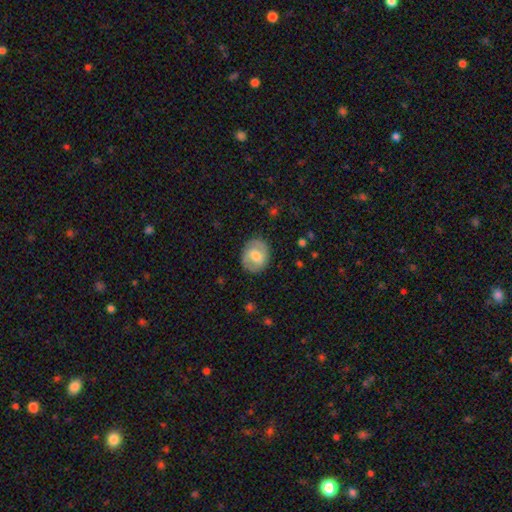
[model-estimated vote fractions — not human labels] Q: Smooth or featured?
A: featured or disk (49%); runner-up: smooth (44%)
Q: Merging?
A: none (84%); runner-up: minor disturbance (11%)